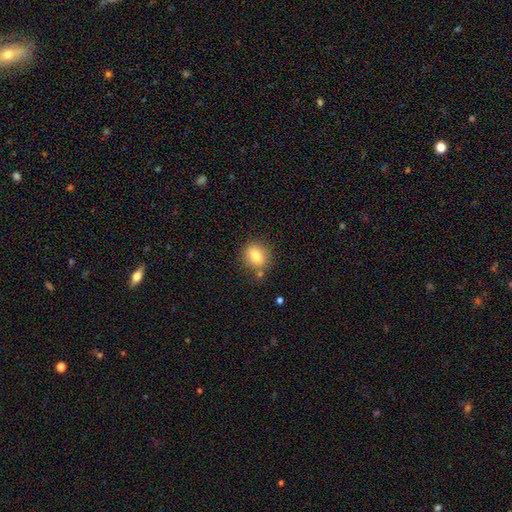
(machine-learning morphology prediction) smooth-or-featured: smooth: 79% | featured or disk: 11% | star or artifact: 10%
  how-rounded: round: 79% | in between: 20% | cigar-shaped: 1%
  merging: none: 78% | minor disturbance: 12% | merger: 7% | major disturbance: 3%